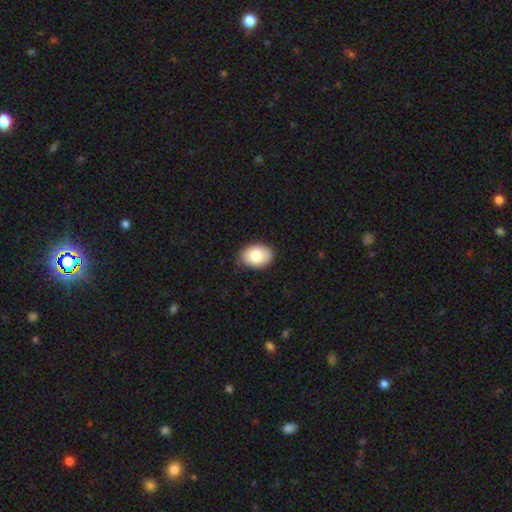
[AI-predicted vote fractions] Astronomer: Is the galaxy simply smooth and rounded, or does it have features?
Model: smooth — 81%.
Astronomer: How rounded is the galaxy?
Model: in between — 80%.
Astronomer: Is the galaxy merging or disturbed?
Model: none — 84%.